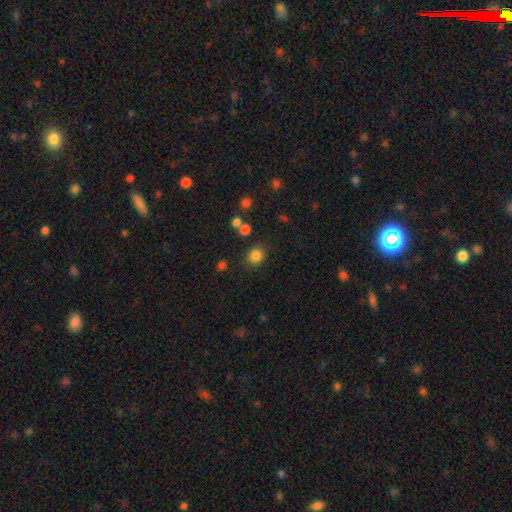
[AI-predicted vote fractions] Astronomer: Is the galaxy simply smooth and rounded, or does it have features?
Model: smooth — 83%.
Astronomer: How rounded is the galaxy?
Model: round — 71%.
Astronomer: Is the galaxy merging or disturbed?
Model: none — 80%.